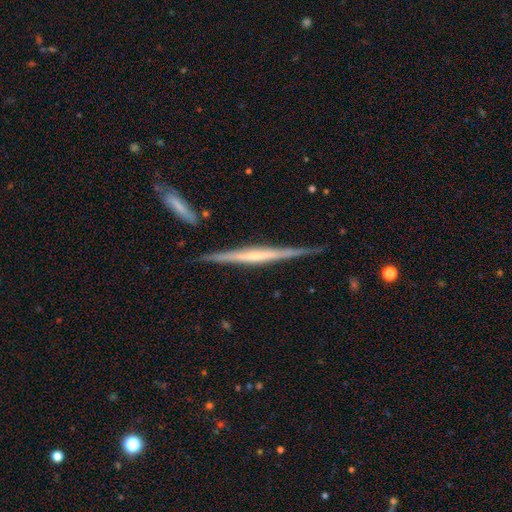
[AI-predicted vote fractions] smooth_or_featured: featured or disk (p=0.73) [alt: smooth p=0.22]
disk_edge_on: yes (p=0.97) [alt: no p=0.03]
edge_on_bulge: none (p=0.61) [alt: rounded p=0.23]
merging: none (p=0.83) [alt: minor disturbance p=0.12]